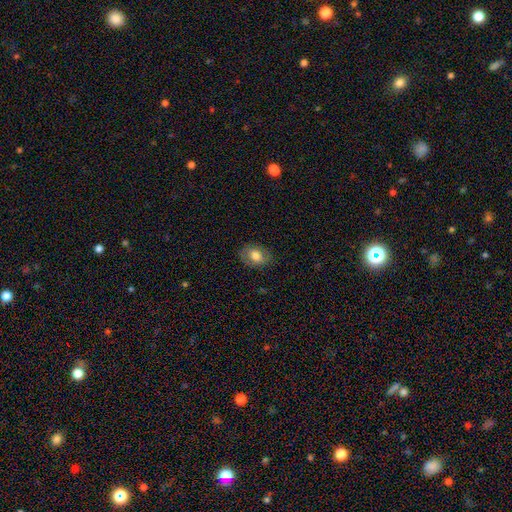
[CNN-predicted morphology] smooth_or_featured: smooth (p=0.73) [alt: featured or disk p=0.19]
how_rounded: in between (p=0.77) [alt: round p=0.22]
merging: none (p=0.80) [alt: minor disturbance p=0.15]